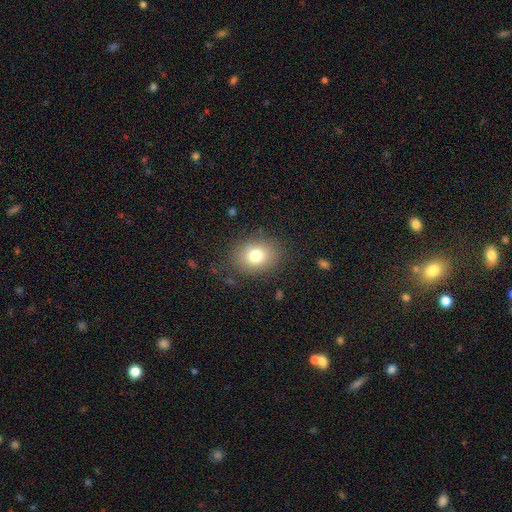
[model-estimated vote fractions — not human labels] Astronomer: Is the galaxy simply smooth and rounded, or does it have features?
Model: smooth — 77%.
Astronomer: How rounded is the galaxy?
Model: round — 52% (runner-up: in between, 47%).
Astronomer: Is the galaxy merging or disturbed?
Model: none — 81%.